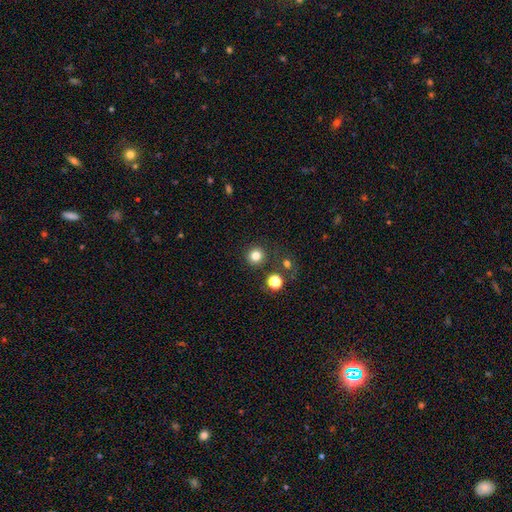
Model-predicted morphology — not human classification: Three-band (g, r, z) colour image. It shows a smooth galaxy with no disk features (81%) that is round (94%). Merging: none (88%).